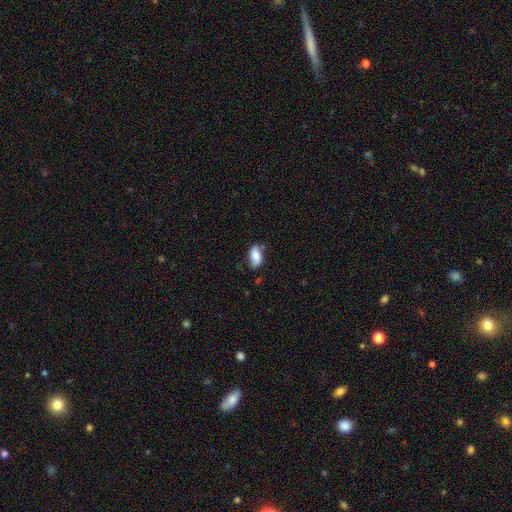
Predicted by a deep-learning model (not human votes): Smooth or featured? Predicted: smooth (p=0.76). How rounded? Predicted: in between (p=0.92). Merging? Predicted: none (p=0.65).